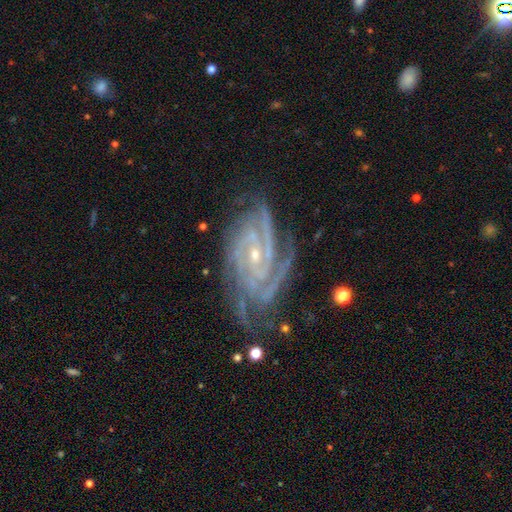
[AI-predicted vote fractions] Smooth or featured?
  - featured or disk: 91% *
  - star or artifact: 6%
  - smooth: 3%
Edge-on disk?
  - no: 97% *
  - yes: 3%
Bar?
  - no: 47% *
  - weak: 34%
  - strong: 20%
Spiral arms?
  - yes: 99% *
  - no: 1%
Spiral winding?
  - tight: 73% *
  - medium: 24%
  - loose: 3%
Spiral arm count?
  - 3: 33% *
  - 4: 26%
  - 2: 14%
  - can't tell: 12%
  - more than 4: 8%
  - 1: 7%
Bulge size?
  - small: 75% *
  - moderate: 21%
  - none: 1%
  - large: 1%
  - dominant: 1%
Merging?
  - none: 68% *
  - minor disturbance: 21%
  - major disturbance: 9%
  - merger: 2%